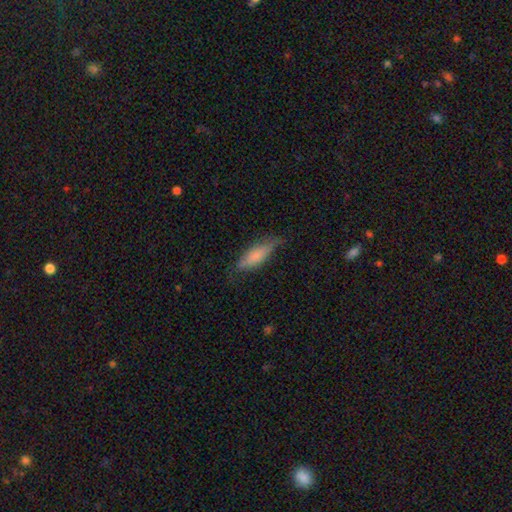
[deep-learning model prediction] This appears to be a smooth galaxy with no disk features (72%) that is in between round and cigar-shaped (51%). Merging: none (64%).